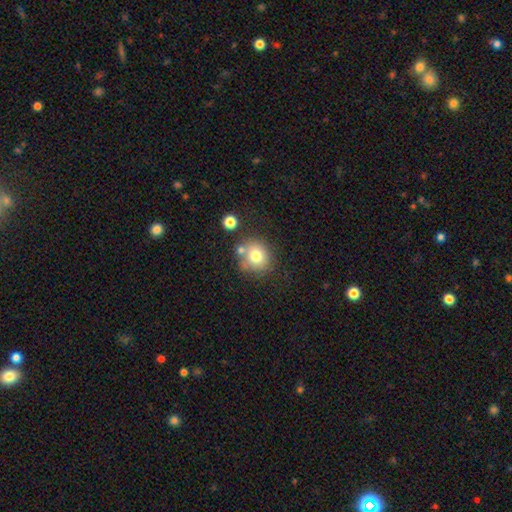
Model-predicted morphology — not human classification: This appears to be a smooth galaxy with no disk features (75%) that is round (83%). Merging: none (64%).